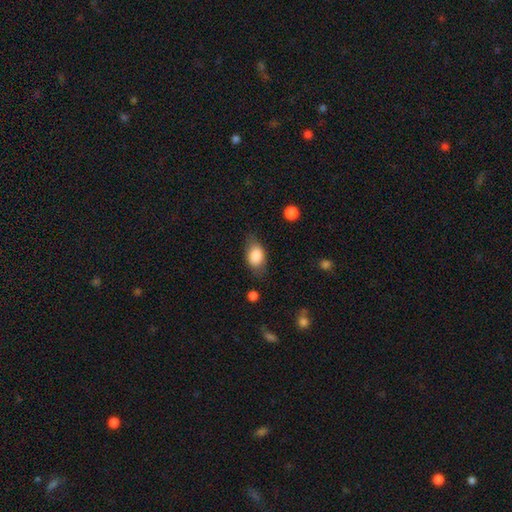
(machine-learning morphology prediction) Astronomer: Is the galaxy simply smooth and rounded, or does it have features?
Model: smooth — 82%.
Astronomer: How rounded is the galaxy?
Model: in between — 85%.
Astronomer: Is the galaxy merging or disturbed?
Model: none — 70%.